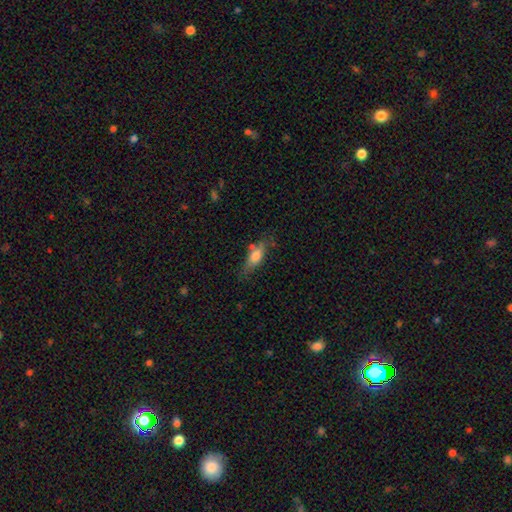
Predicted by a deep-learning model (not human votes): The model was most divided on "how rounded": in between: 61%, cigar-shaped: 35%, round: 3%. More confident: smooth or featured — smooth (67%); merging — none (62%).